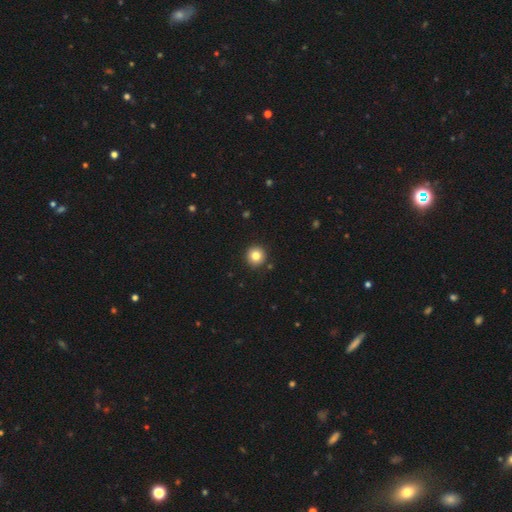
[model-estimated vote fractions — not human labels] Smooth or featured? Predicted: smooth (p=0.82). How rounded? Predicted: round (p=0.95). Merging? Predicted: none (p=0.92).